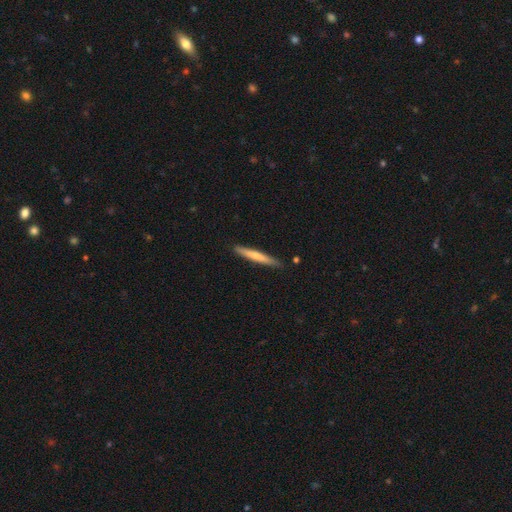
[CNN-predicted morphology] Overall: smooth (62%; featured or disk 33%). How rounded: cigar-shaped (96%). Merging: none (87%).